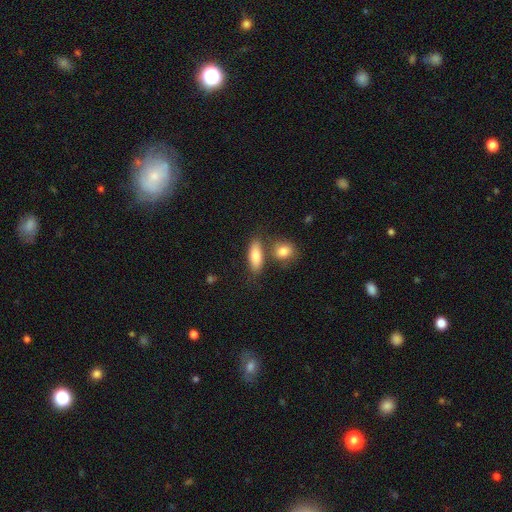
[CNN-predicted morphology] Smooth or featured? smooth (81%)
How rounded? in between (75%)
Merging? none (60%)